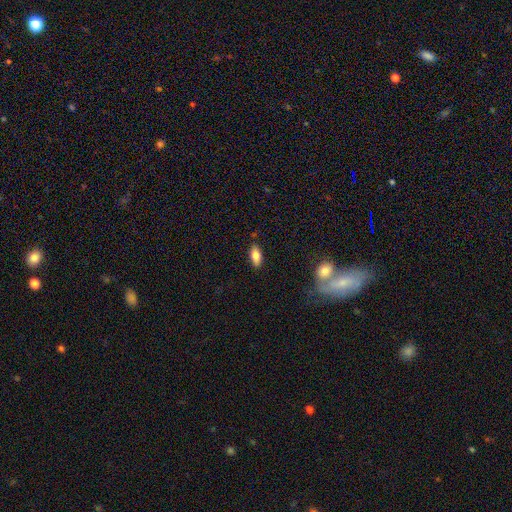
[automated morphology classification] smooth 80%, featured or disk 12%, star or artifact 7%. Down the decision tree: how rounded — in between (87%); merging — none (85%).